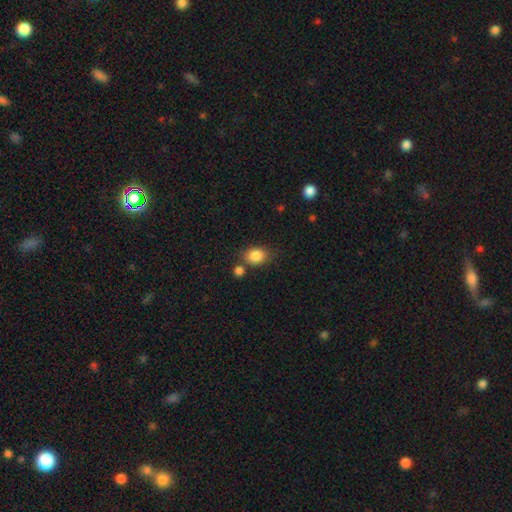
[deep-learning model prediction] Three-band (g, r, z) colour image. It shows a smooth galaxy with no disk features (86%) that is in between round and cigar-shaped (54%). Merging: none (67%).